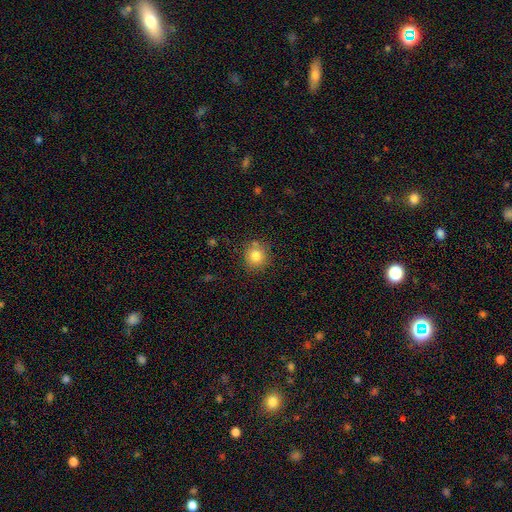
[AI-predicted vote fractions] Smooth or featured?
  - smooth: 82% *
  - star or artifact: 11%
  - featured or disk: 7%
How rounded?
  - round: 88% *
  - in between: 11%
  - cigar-shaped: 1%
Merging?
  - none: 80% *
  - minor disturbance: 12%
  - merger: 5%
  - major disturbance: 3%